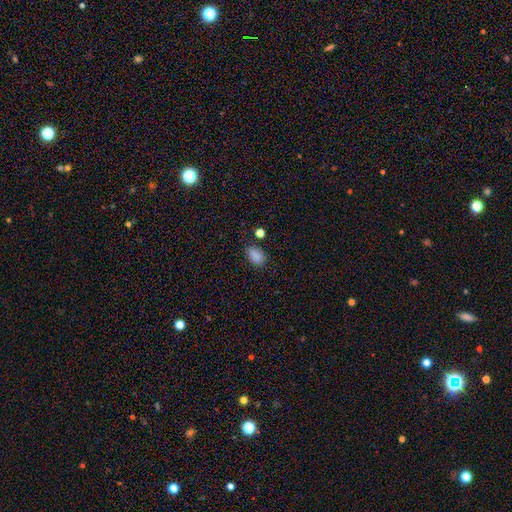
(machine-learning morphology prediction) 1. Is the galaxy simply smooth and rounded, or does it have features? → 85% smooth, 11% star or artifact, 4% featured or disk.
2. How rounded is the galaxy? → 85% in between, 14% round, 2% cigar-shaped.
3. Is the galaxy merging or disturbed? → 76% none, 15% minor disturbance, 5% merger, 4% major disturbance.